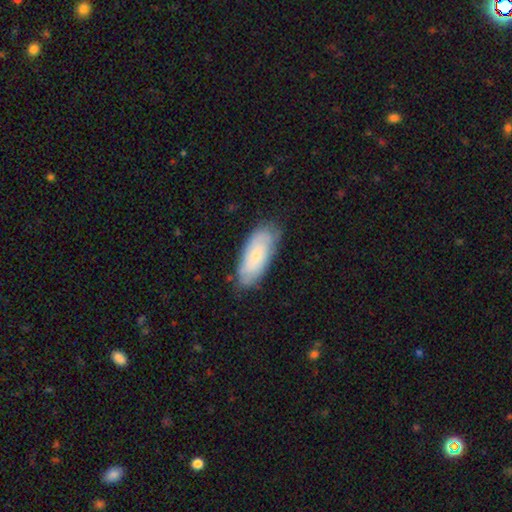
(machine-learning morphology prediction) smooth 55%, featured or disk 39%, star or artifact 6%. Down the decision tree: how rounded — in between (84%); merging — none (75%).